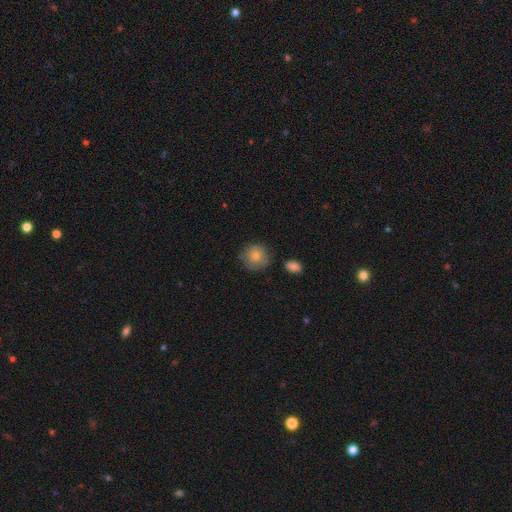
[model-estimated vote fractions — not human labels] Smooth or featured? Predicted: smooth (p=0.82). How rounded? Predicted: round (p=0.90). Merging? Predicted: none (p=0.76).